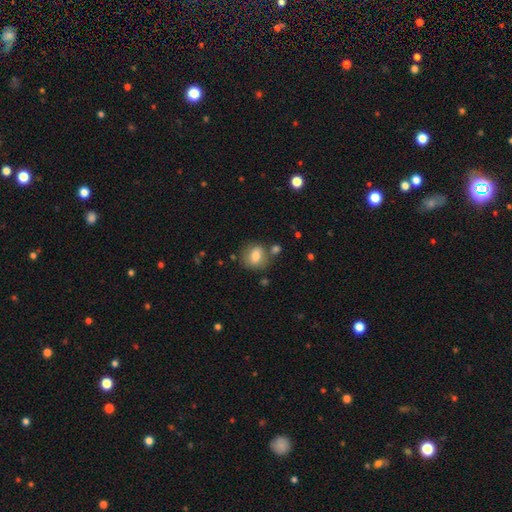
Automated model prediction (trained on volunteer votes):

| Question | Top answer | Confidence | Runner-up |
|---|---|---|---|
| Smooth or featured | smooth | 75% | featured or disk (16%) |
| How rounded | round | 55% | in between (43%) |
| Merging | none | 68% | minor disturbance (15%) |